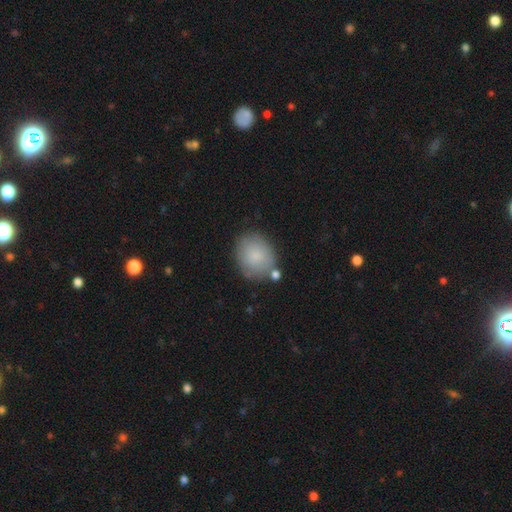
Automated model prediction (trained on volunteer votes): Q: Smooth or featured?
A: smooth (81%); runner-up: featured or disk (11%)
Q: How rounded?
A: round (51%); runner-up: in between (48%)
Q: Merging?
A: none (72%); runner-up: minor disturbance (17%)